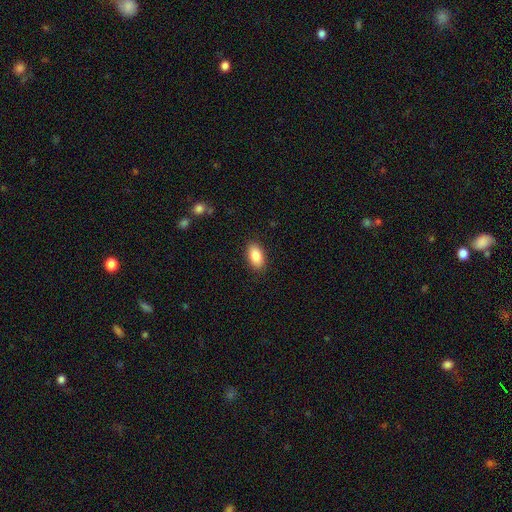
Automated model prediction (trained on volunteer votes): The model was most divided on "smooth or featured": smooth: 87%, star or artifact: 7%, featured or disk: 6%. More confident: how rounded — in between (93%); merging — none (89%).